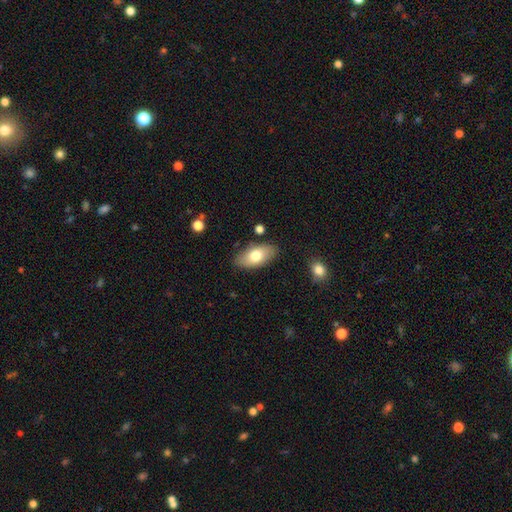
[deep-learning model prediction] This is likely a smooth galaxy (74%). How rounded: clearly in between (92%). Merging: clearly none (85%).